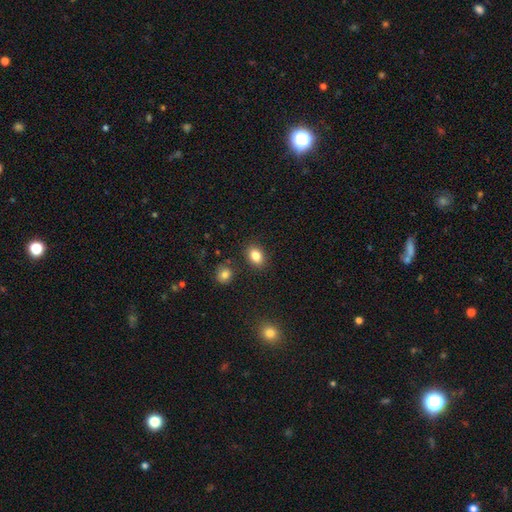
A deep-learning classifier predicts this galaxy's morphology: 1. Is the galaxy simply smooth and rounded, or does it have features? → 83% smooth, 10% star or artifact, 7% featured or disk.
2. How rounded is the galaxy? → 74% in between, 25% round, 1% cigar-shaped.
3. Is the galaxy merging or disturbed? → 85% none, 9% minor disturbance, 3% merger, 2% major disturbance.